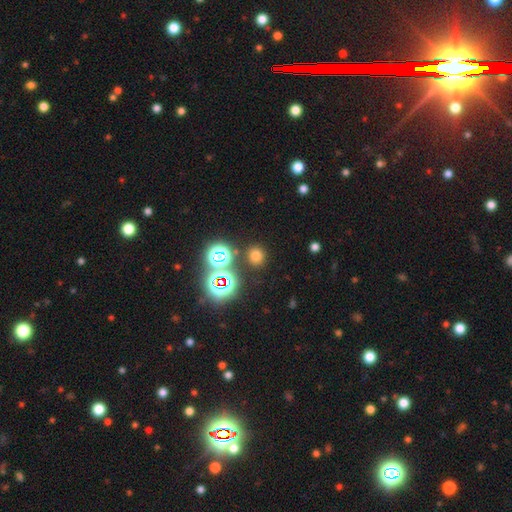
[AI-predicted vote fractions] Smooth or featured? smooth (66%)
How rounded? round (83%)
Merging? none (85%)